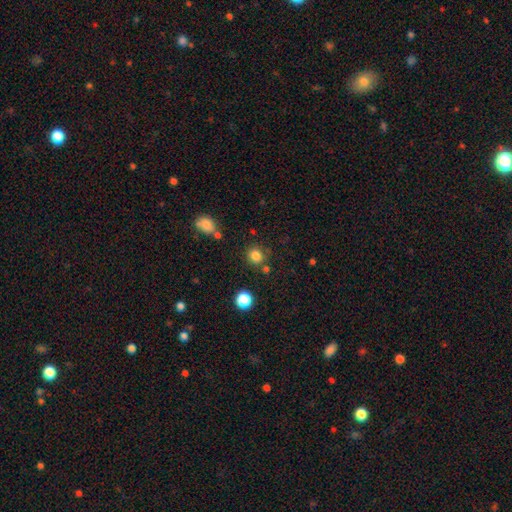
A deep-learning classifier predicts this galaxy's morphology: type=smooth (82%); roundness=round (85%); merging=none (80%).